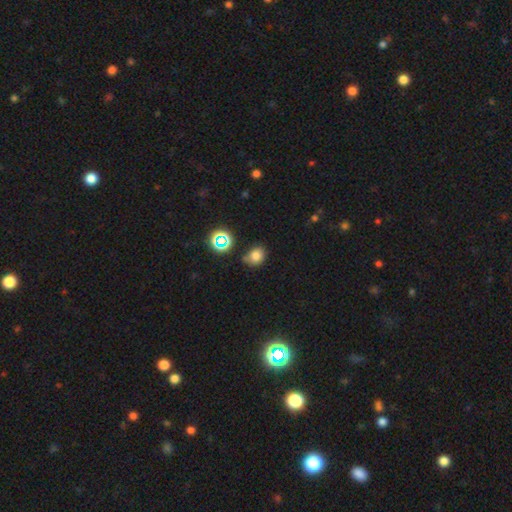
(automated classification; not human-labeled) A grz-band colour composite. It shows a smooth galaxy with no disk features (76%) that is round (58%). Merging: none (67%).